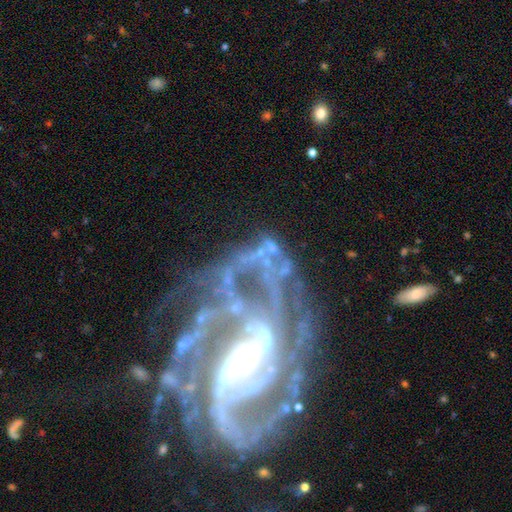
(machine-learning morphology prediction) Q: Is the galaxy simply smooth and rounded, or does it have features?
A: featured or disk — 62%.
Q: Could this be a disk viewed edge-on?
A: no — 96%.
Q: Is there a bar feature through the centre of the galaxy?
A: no — 72%.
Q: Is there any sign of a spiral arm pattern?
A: no — 59%.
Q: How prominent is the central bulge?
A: none — 53%.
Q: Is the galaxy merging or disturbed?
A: none — 34%.